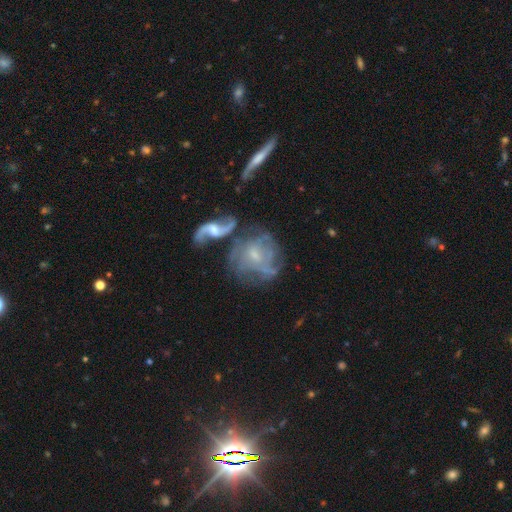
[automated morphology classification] Smooth or featured? Predicted: featured or disk (p=0.71). Edge-on disk? Predicted: no (p=0.95). Bar? Predicted: no (p=0.61). Spiral arms? Predicted: yes (p=0.71). Bulge size? Predicted: small (p=0.51). Merging? Predicted: none (p=0.39).